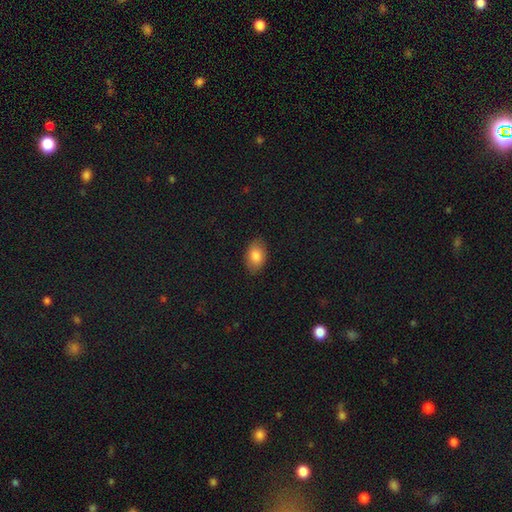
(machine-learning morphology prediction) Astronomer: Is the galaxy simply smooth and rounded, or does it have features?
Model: smooth — 83%.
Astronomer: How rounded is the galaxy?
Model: in between — 89%.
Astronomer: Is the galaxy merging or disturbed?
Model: none — 86%.